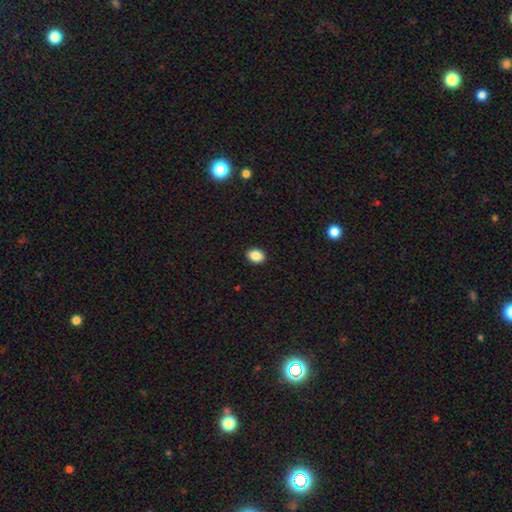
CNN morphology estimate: Smooth or featured?
  - smooth: 87% *
  - star or artifact: 9%
  - featured or disk: 4%
How rounded?
  - in between: 67% *
  - round: 32%
  - cigar-shaped: 1%
Merging?
  - none: 91% *
  - minor disturbance: 7%
  - major disturbance: 2%
  - merger: 1%